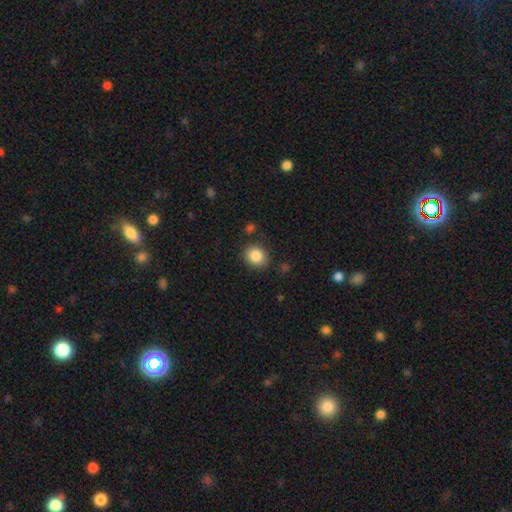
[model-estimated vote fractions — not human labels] Overall: smooth (86%). How rounded: round (67%; in between 32%). Merging: none (84%).